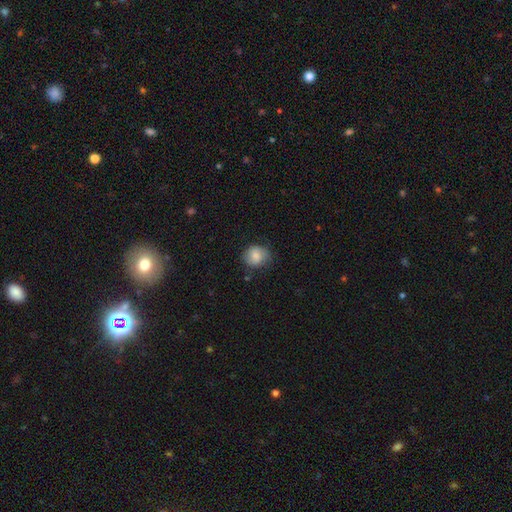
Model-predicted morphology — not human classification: This is likely a smooth galaxy (80%). How rounded: likely round (73%). Merging: likely none (71%).